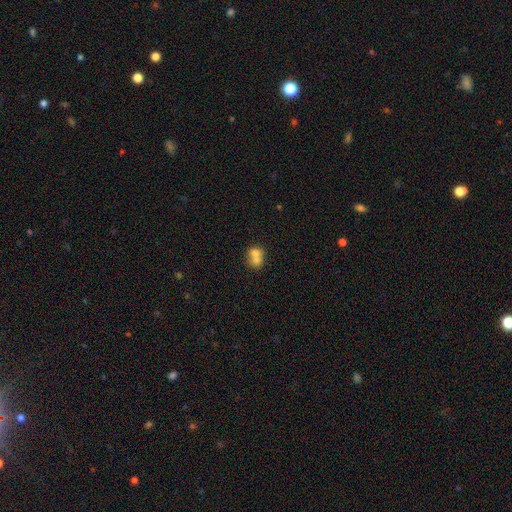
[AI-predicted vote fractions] Smooth or featured: smooth — 68% (featured or disk — 21%)
How rounded: round — 62% (in between — 37%)
Merging: merger — 67% (none — 24%)